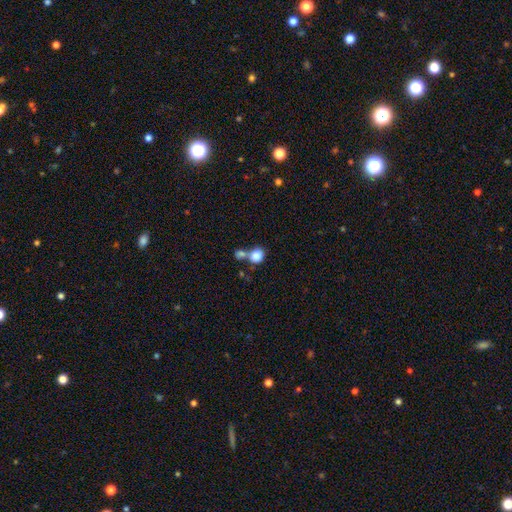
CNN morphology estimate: smooth 82%, star or artifact 9%, featured or disk 9%. Down the decision tree: how rounded — round (72%); merging — merger (44%).